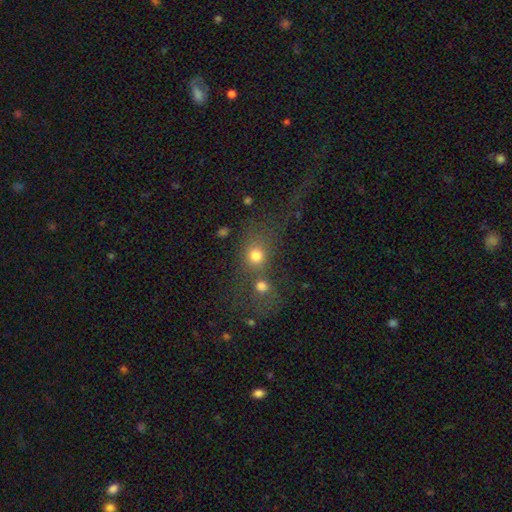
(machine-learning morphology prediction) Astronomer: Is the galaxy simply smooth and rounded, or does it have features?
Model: smooth — 73%.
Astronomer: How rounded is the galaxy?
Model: round — 76%.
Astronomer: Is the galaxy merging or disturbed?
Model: none — 42% (runner-up: merger, 40%).